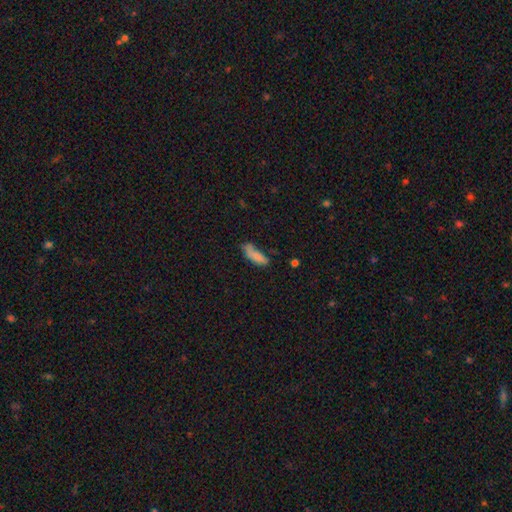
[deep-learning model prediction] Smooth or featured? smooth (79%)
How rounded? in between (60%)
Merging? none (42%)